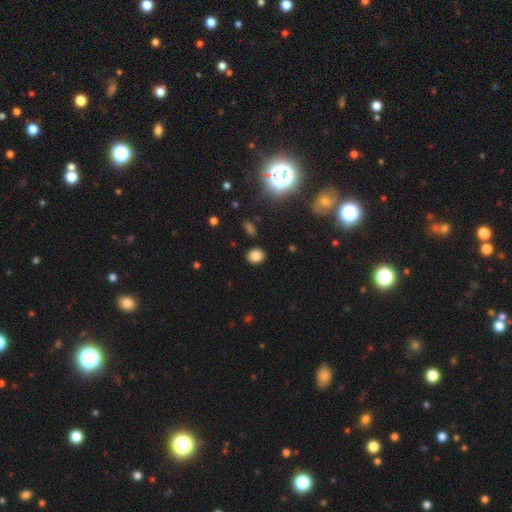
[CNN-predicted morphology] This appears to be a smooth galaxy with no disk features (80%) that is round (75%). Merging: none (88%).